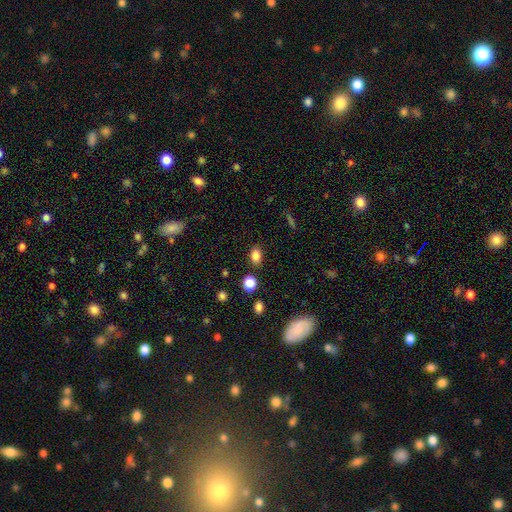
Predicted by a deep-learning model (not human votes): Smooth or featured? smooth (83%)
How rounded? in between (77%)
Merging? none (84%)